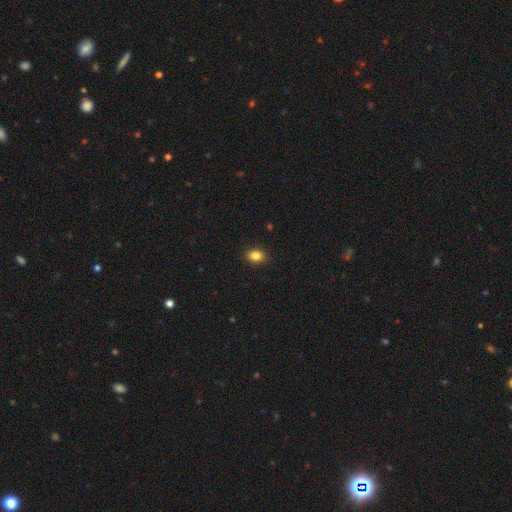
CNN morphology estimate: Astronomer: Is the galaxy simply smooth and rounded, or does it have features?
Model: smooth — 85%.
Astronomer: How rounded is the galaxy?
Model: in between — 68%.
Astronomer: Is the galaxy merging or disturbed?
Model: none — 90%.